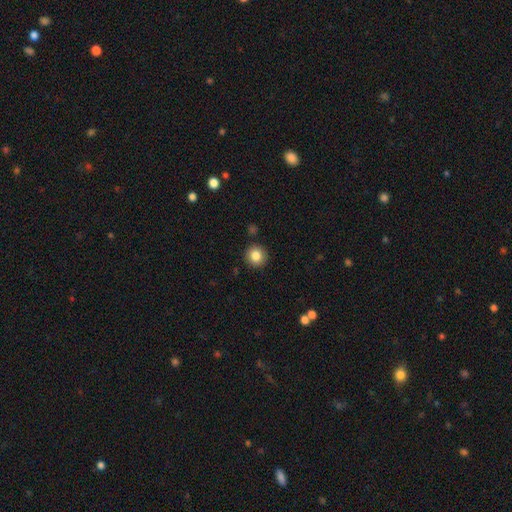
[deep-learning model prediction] Q: Smooth or featured?
A: smooth (84%); runner-up: star or artifact (10%)
Q: How rounded?
A: round (93%); runner-up: in between (6%)
Q: Merging?
A: none (91%); runner-up: minor disturbance (6%)